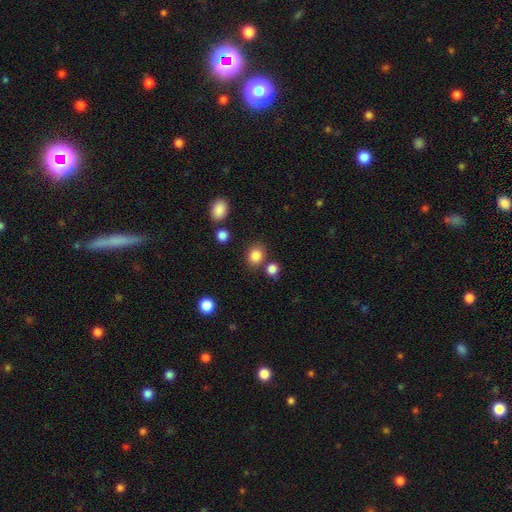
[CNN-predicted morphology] type=smooth (85%); roundness=round (67%); merging=none (75%).